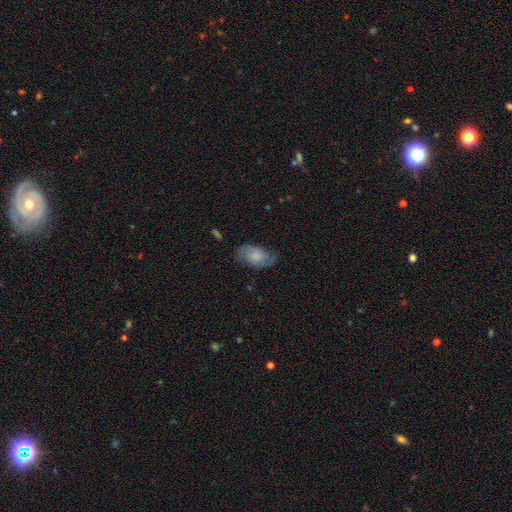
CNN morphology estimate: smooth 53%, featured or disk 39%, star or artifact 8%. Down the decision tree: how rounded — in between (92%); merging — none (70%).